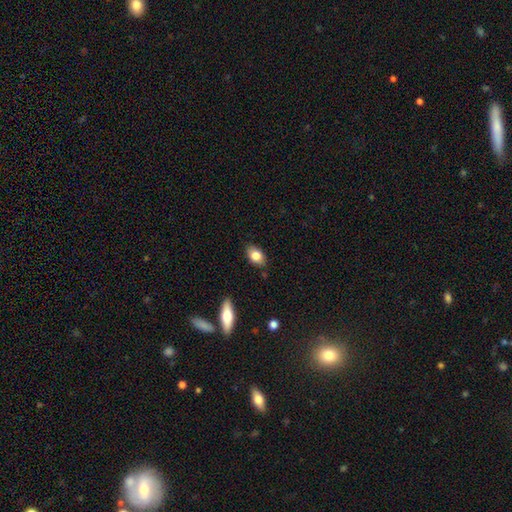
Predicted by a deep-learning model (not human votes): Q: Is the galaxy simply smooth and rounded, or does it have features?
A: smooth — 81%.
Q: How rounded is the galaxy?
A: in between — 85%.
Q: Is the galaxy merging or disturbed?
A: none — 84%.